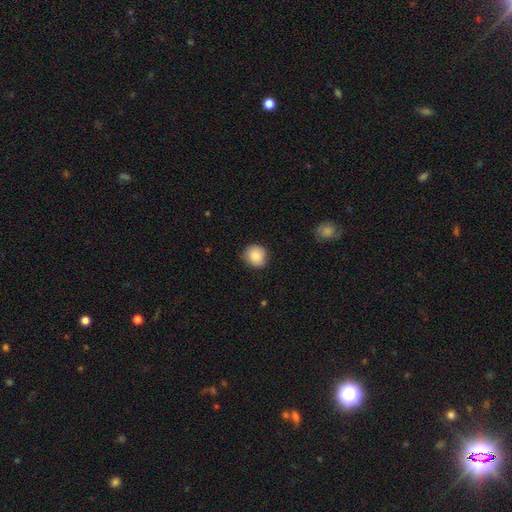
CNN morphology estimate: Overall: smooth (88%). How rounded: round (86%). Merging: none (81%).